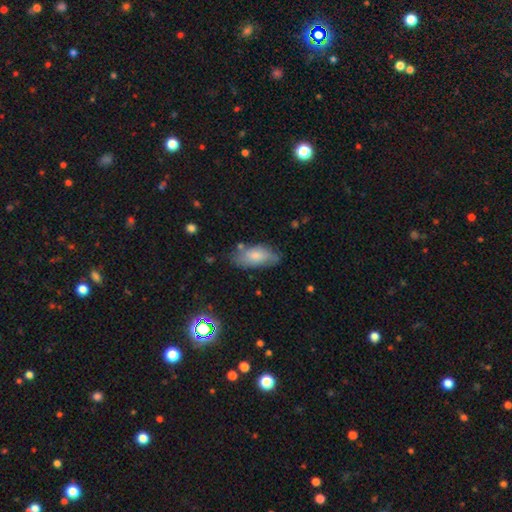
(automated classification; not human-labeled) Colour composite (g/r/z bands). It shows a smooth galaxy with no disk features (74%) that is in between round and cigar-shaped (89%). Merging: none (65%).